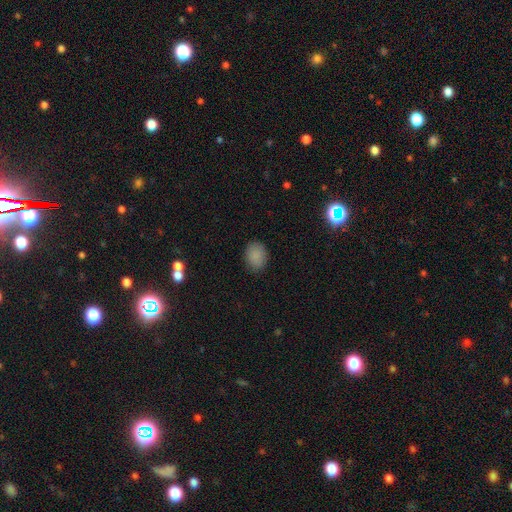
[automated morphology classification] The model was most divided on "how rounded": in between: 58%, round: 41%, cigar-shaped: 1%. More confident: smooth or featured — smooth (87%); merging — none (85%).